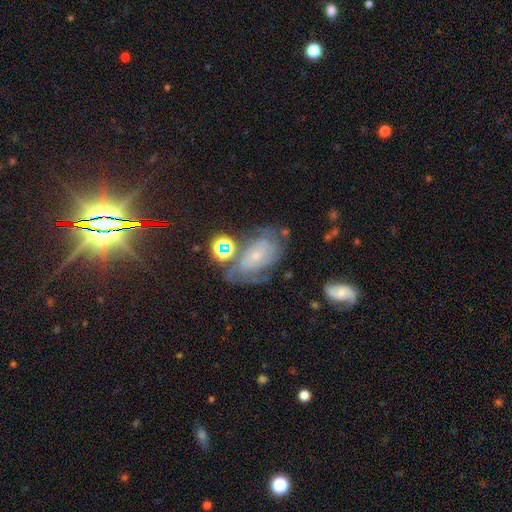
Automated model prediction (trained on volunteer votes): smooth_or_featured: featured or disk (p=0.64) [alt: smooth p=0.21]
disk_edge_on: no (p=0.95) [alt: yes p=0.05]
bar: no (p=0.72) [alt: weak p=0.22]
has_spiral_arms: yes (p=0.80) [alt: no p=0.20]
bulge_size: small (p=0.72) [alt: moderate p=0.22]
merging: none (p=0.49) [alt: minor disturbance p=0.24]